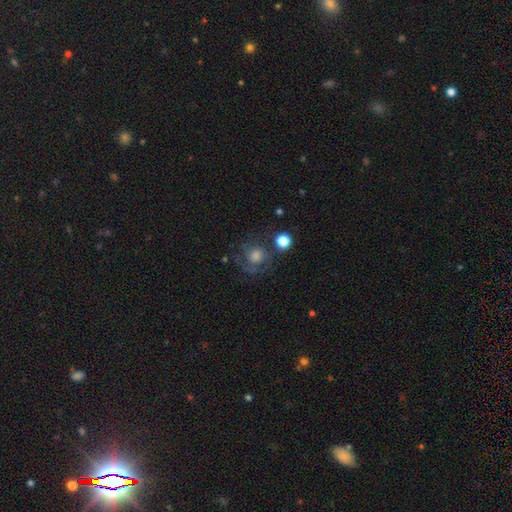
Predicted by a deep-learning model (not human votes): Smooth or featured? featured or disk (47%)
Merging? none (64%)